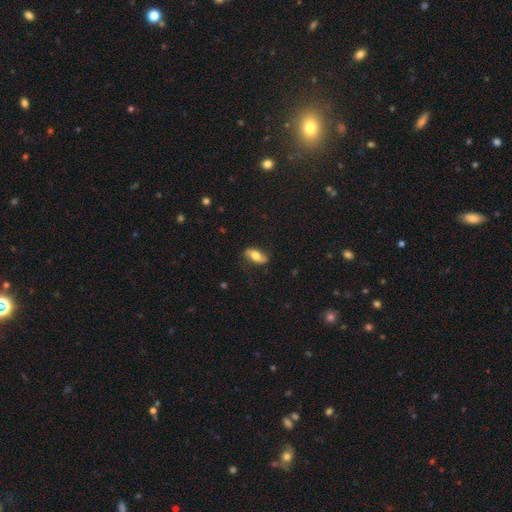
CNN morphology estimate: type=smooth (57%); roundness=in between (85%); merging=none (76%).